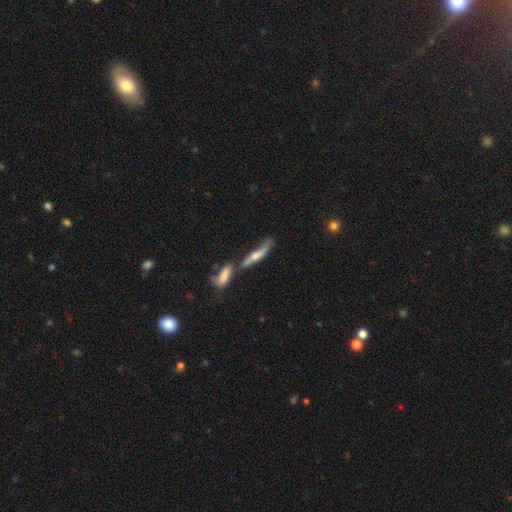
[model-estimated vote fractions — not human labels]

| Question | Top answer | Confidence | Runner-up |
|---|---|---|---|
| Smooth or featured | featured or disk | 49% | smooth (43%) |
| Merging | merger | 44% | none (31%) |